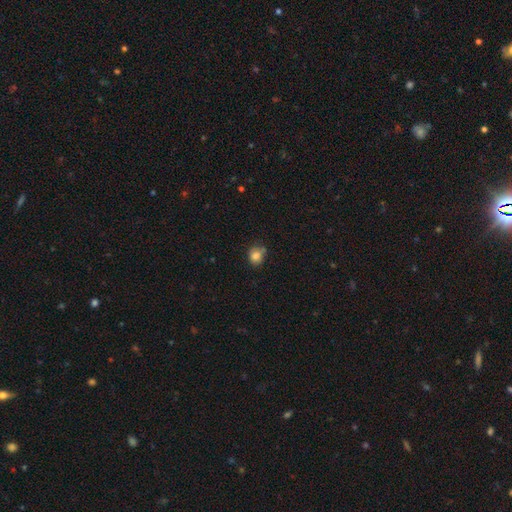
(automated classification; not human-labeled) Morphology: type=smooth (82%); roundness=round (63%); merging=none (57%).